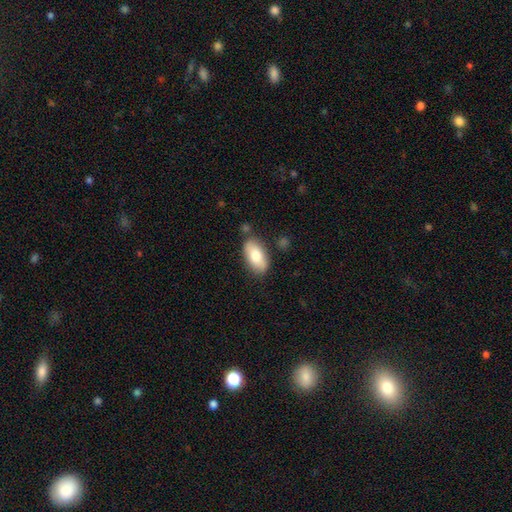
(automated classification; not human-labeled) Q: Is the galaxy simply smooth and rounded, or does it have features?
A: smooth — 78%.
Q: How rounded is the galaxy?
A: in between — 92%.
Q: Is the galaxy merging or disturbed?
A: none — 79%.